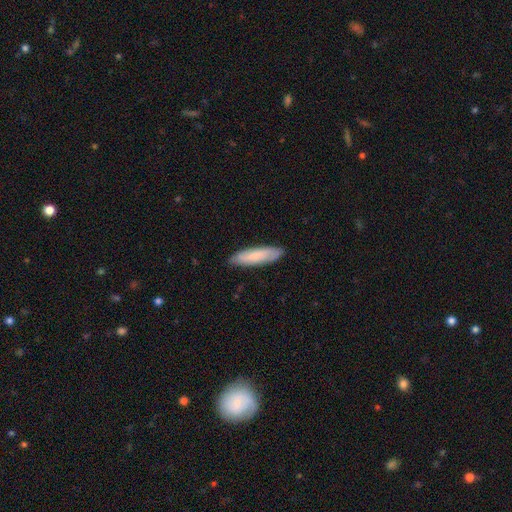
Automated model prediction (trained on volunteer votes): smooth-or-featured: smooth: 74% | featured or disk: 21% | star or artifact: 6%
  how-rounded: cigar-shaped: 67% | in between: 32% | round: 1%
  merging: none: 87% | minor disturbance: 10% | major disturbance: 2% | merger: 1%